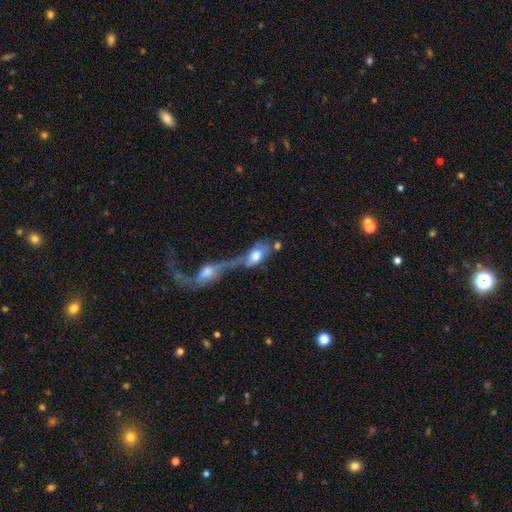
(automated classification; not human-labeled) This appears to be a smooth galaxy with no disk features (56%) that is in between round and cigar-shaped (82%). Merging: merger (73%).